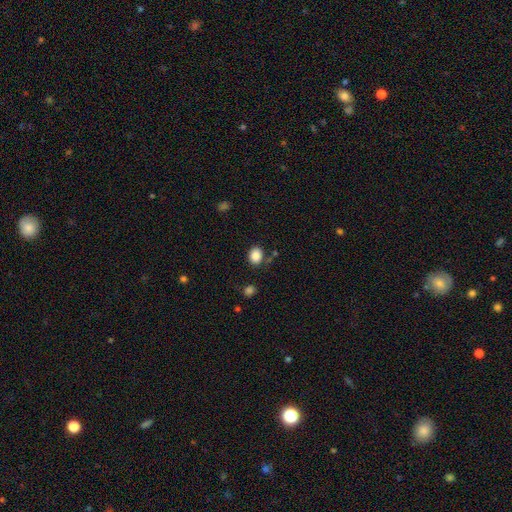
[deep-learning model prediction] Q: Smooth or featured?
A: smooth (87%); runner-up: star or artifact (10%)
Q: How rounded?
A: round (53%); runner-up: in between (46%)
Q: Merging?
A: none (80%); runner-up: minor disturbance (11%)